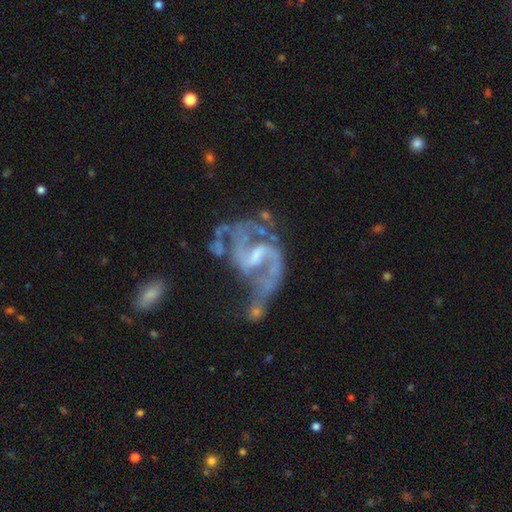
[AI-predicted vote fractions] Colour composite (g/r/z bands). It shows a featured or disk galaxy (88%) with a weak bar (54%), 2 (77%) medium (46%) spiral arms (92%) and a small central bulge (47%). Merging: major disturbance (35%).